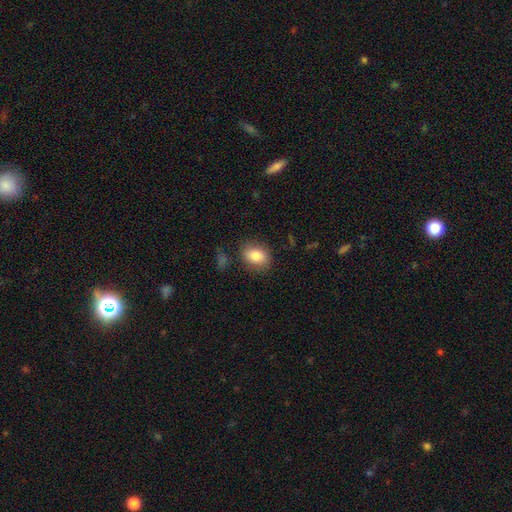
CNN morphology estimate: smooth-or-featured: smooth: 83% | featured or disk: 9% | star or artifact: 8%
  how-rounded: in between: 72% | round: 26% | cigar-shaped: 1%
  merging: none: 81% | minor disturbance: 13% | major disturbance: 4% | merger: 3%